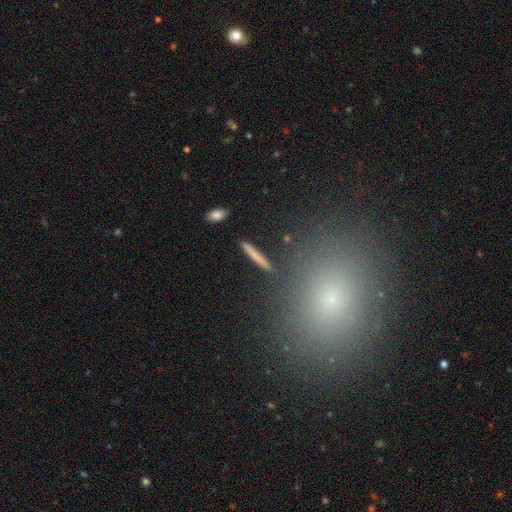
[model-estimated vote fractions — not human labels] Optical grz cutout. It shows a smooth galaxy with no disk features (70%) that is cigar-shaped (91%). Merging: none (87%).